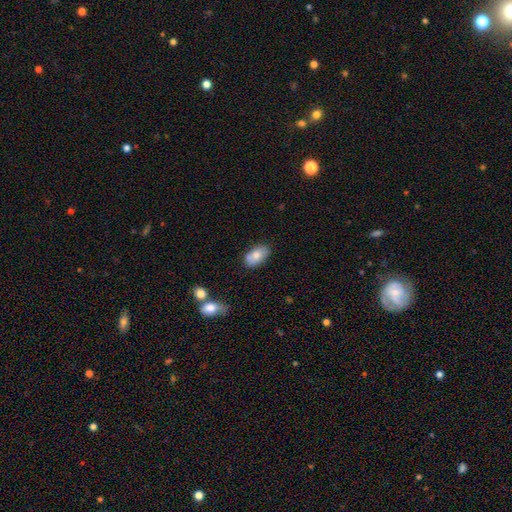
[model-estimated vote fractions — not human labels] smooth_or_featured: smooth (p=0.76) [alt: featured or disk p=0.17]
how_rounded: in between (p=0.92) [alt: round p=0.06]
merging: none (p=0.69) [alt: minor disturbance p=0.18]